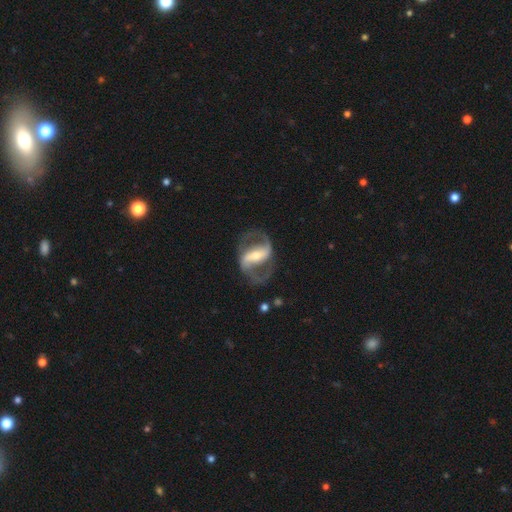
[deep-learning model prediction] Smooth or featured? Predicted: featured or disk (p=0.89). Edge-on disk? Predicted: no (p=0.96). Bar? Predicted: strong (p=0.63). Spiral arms? Predicted: yes (p=0.94). Spiral winding? Predicted: medium (p=0.52). Spiral arm count? Predicted: 2 (p=0.93). Bulge size? Predicted: moderate (p=0.48). Merging? Predicted: none (p=0.77).